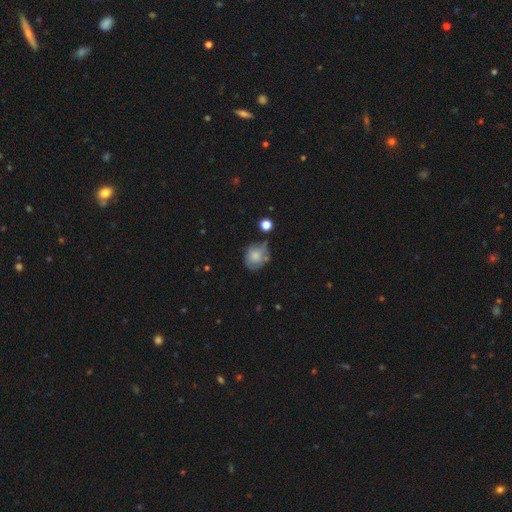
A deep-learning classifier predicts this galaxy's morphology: Smooth or featured?
  - smooth: 66% *
  - featured or disk: 24%
  - star or artifact: 10%
How rounded?
  - round: 65% *
  - in between: 34%
  - cigar-shaped: 1%
Merging?
  - none: 51% *
  - minor disturbance: 29%
  - major disturbance: 12%
  - merger: 8%